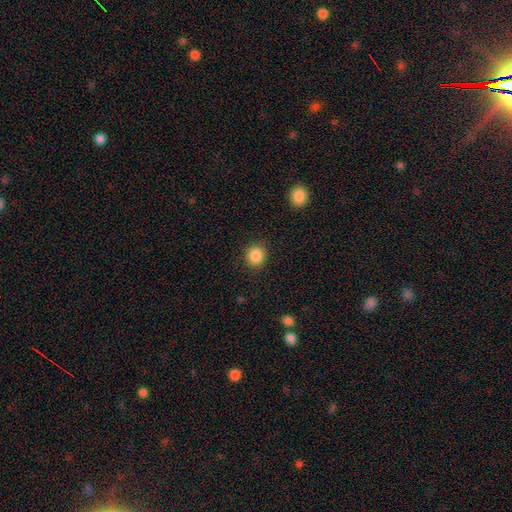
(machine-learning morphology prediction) Smooth or featured? smooth (87%)
How rounded? round (83%)
Merging? none (89%)